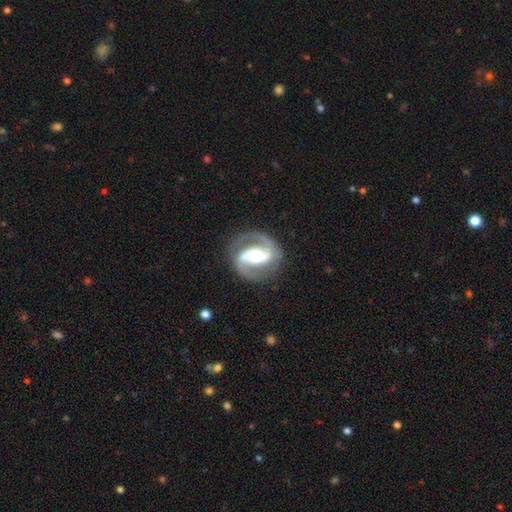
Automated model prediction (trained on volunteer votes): A featured or disk galaxy (88%) with a strong bar (58%), 2 (92%) medium (55%) spiral arms (92%) and a moderate central bulge (65%). Merging: none (82%).